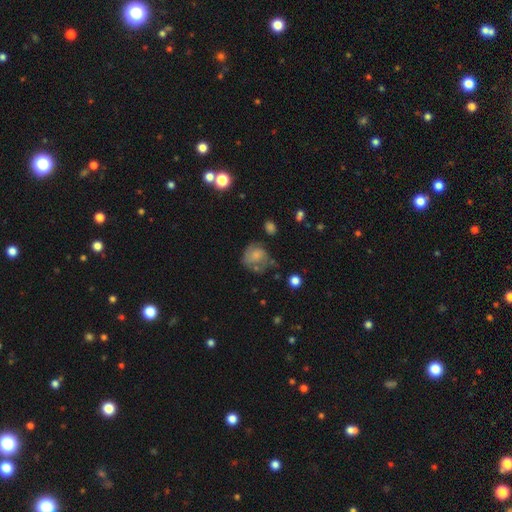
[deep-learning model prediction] This appears to be a smooth galaxy with no disk features (56%) that is round (72%). Merging: none (45%).